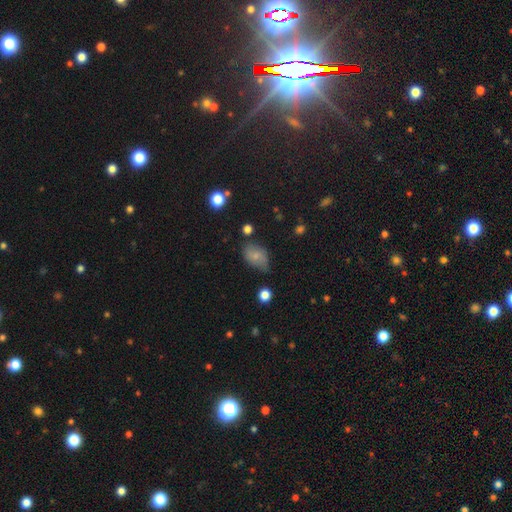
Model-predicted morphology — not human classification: type=smooth (70%); roundness=in between (83%); merging=none (49%).